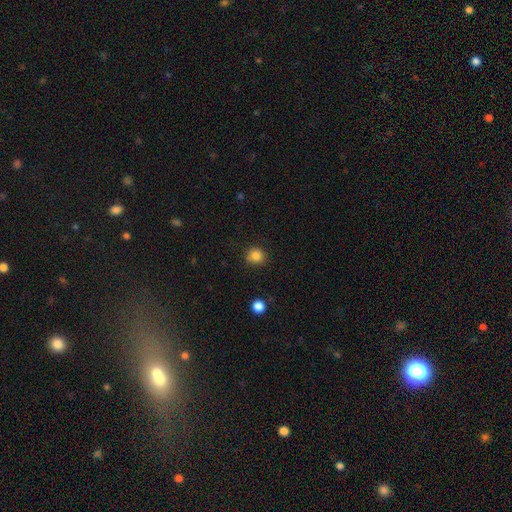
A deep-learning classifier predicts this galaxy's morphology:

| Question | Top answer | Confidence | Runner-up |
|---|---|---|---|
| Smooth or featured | smooth | 84% | star or artifact (11%) |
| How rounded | round | 87% | in between (12%) |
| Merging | none | 84% | minor disturbance (11%) |